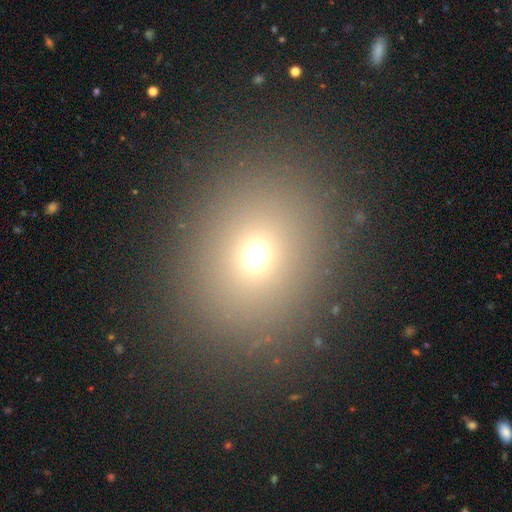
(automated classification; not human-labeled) Smooth or featured: smooth — 68% (star or artifact — 22%)
How rounded: round — 69% (in between — 30%)
Merging: none — 87% (minor disturbance — 7%)